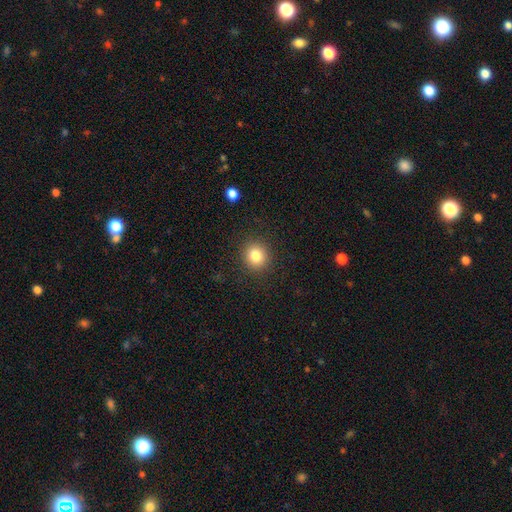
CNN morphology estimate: This is clearly a smooth galaxy (82%). How rounded: clearly round (88%). Merging: clearly none (90%).